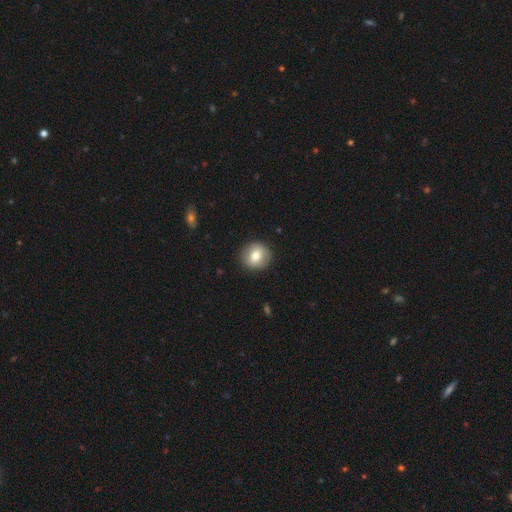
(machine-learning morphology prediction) smooth 74%, featured or disk 18%, star or artifact 8%. Down the decision tree: how rounded — round (89%); merging — none (90%).